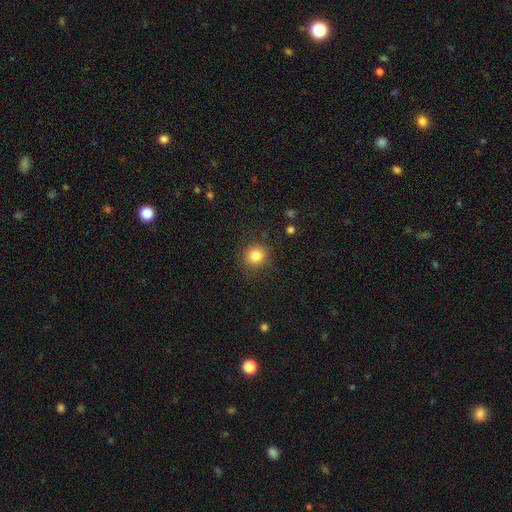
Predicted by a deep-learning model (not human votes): Smooth or featured? smooth (82%)
How rounded? round (92%)
Merging? none (88%)